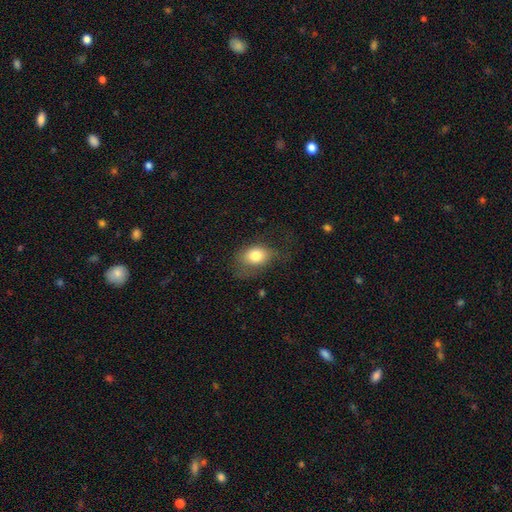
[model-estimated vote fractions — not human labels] Smooth or featured? Predicted: smooth (p=0.78). How rounded? Predicted: in between (p=0.73). Merging? Predicted: none (p=0.49).